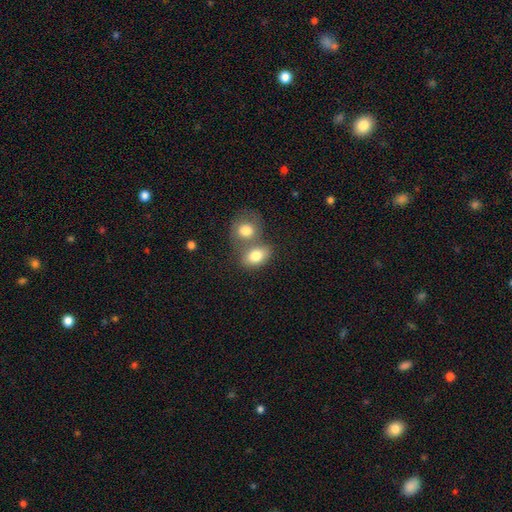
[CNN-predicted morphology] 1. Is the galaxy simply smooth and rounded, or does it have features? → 80% smooth, 12% featured or disk, 8% star or artifact.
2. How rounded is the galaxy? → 69% in between, 29% round, 2% cigar-shaped.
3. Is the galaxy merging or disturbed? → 51% merger, 36% none, 9% minor disturbance, 4% major disturbance.